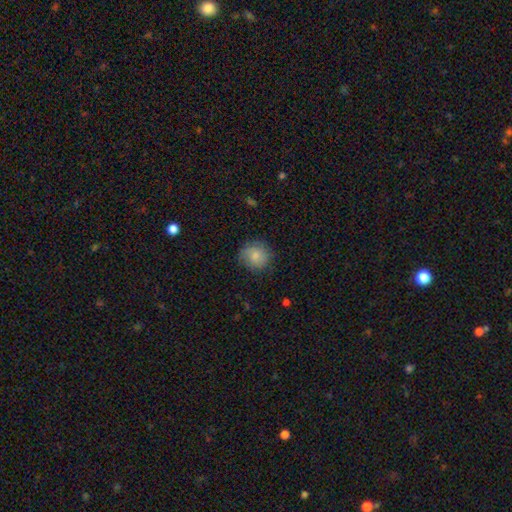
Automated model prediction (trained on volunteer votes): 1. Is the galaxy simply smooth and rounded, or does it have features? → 81% smooth, 11% featured or disk, 8% star or artifact.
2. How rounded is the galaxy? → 89% round, 10% in between, 1% cigar-shaped.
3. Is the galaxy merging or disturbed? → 77% none, 17% minor disturbance, 4% major disturbance, 1% merger.